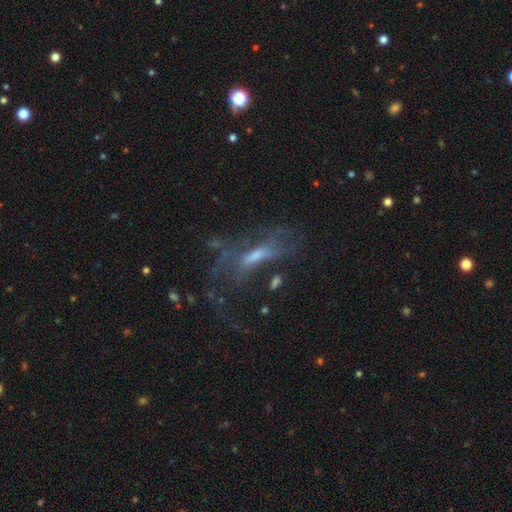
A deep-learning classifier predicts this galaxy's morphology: type=featured or disk (57%); edge-on=no (75%); merging=major disturbance (41%).